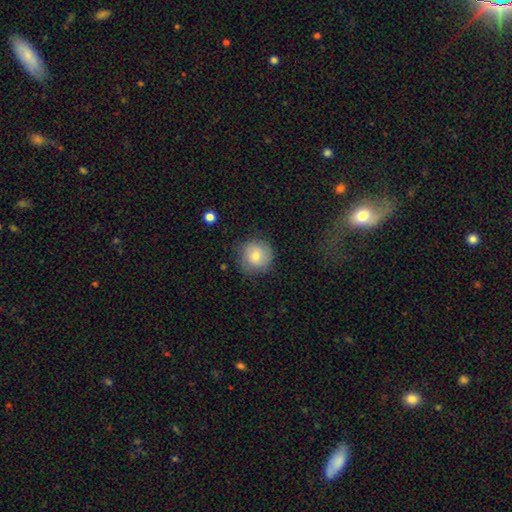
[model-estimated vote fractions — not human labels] Q: Smooth or featured?
A: smooth (73%); runner-up: featured or disk (19%)
Q: How rounded?
A: round (92%); runner-up: in between (7%)
Q: Merging?
A: none (79%); runner-up: minor disturbance (15%)